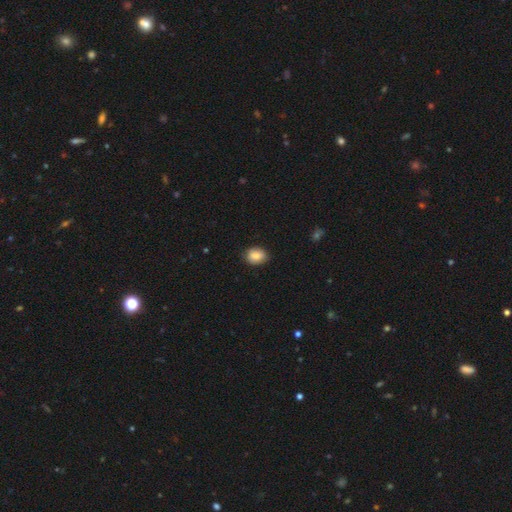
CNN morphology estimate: The model was most divided on "how rounded": in between: 56%, round: 43%, cigar-shaped: 1%. More confident: smooth or featured — smooth (86%); merging — none (83%).